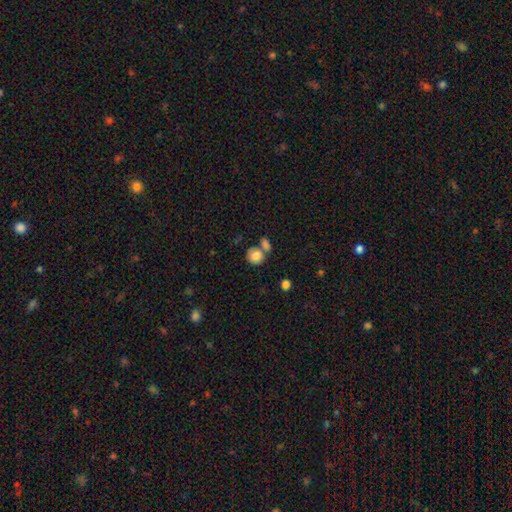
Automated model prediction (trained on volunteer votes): Smooth or featured? Predicted: smooth (p=0.79). How rounded? Predicted: round (p=0.82). Merging? Predicted: none (p=0.54).